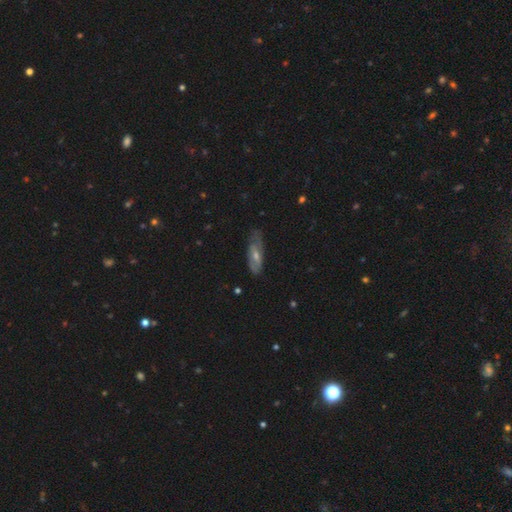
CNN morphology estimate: featured or disk 56%, smooth 34%, star or artifact 10%. Down the decision tree: edge-on disk — no (71%); merging — none (69%).